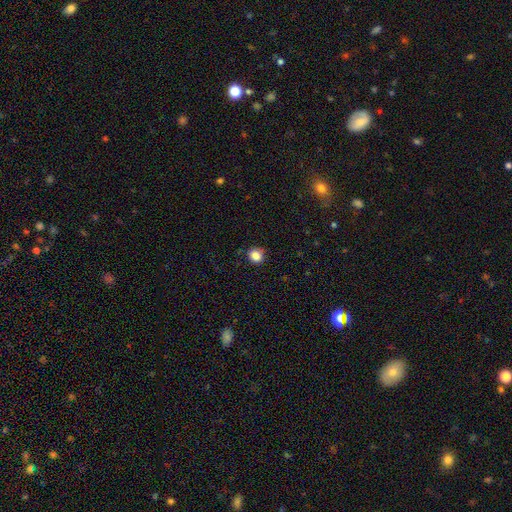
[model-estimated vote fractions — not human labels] Smooth or featured?
  - smooth: 86% *
  - star or artifact: 10%
  - featured or disk: 3%
How rounded?
  - round: 81% *
  - in between: 19%
  - cigar-shaped: 1%
Merging?
  - none: 85% *
  - minor disturbance: 12%
  - major disturbance: 2%
  - merger: 1%